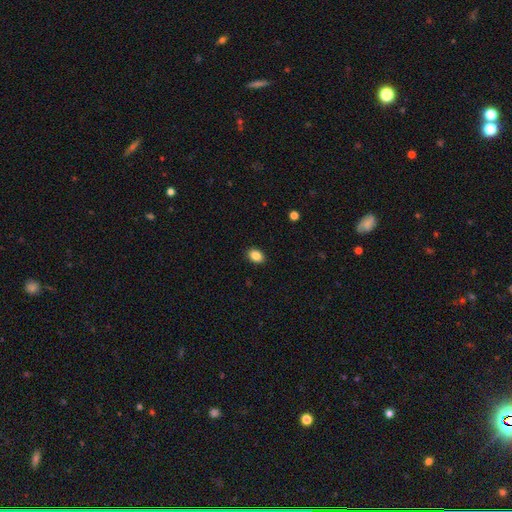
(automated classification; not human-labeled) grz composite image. It shows a smooth galaxy with no disk features (87%) that is in between round and cigar-shaped (74%). Merging: none (90%).